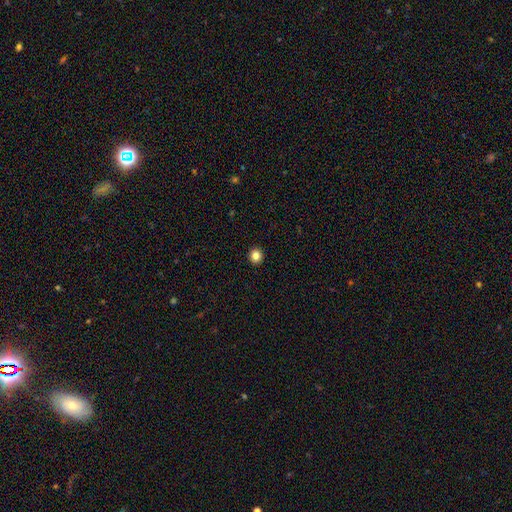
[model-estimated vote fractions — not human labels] A smooth galaxy with no disk features (84%) that is round (91%).

Vote fractions:
- Smooth or featured? smooth: 84% / star or artifact: 11% / featured or disk: 5%
- How rounded? round: 91% / in between: 8% / cigar-shaped: 1%
- Merging? none: 94% / minor disturbance: 4% / major disturbance: 1% / merger: 1%